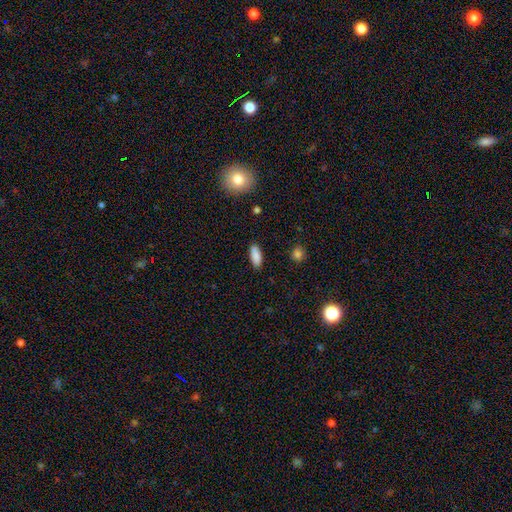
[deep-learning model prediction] This appears to be a smooth galaxy with no disk features (87%) that is in between round and cigar-shaped (76%). Merging: none (86%).